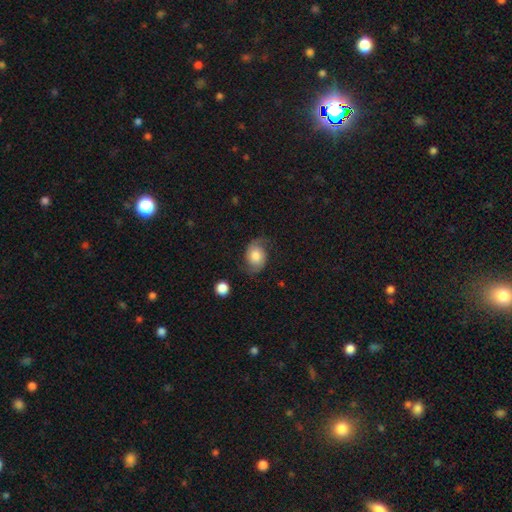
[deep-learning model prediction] featured or disk 56%, smooth 35%, star or artifact 9%. Down the decision tree: edge-on disk — no (97%); bar — no (73%); spiral arms — yes (91%); bulge size — moderate (49%); merging — none (66%).